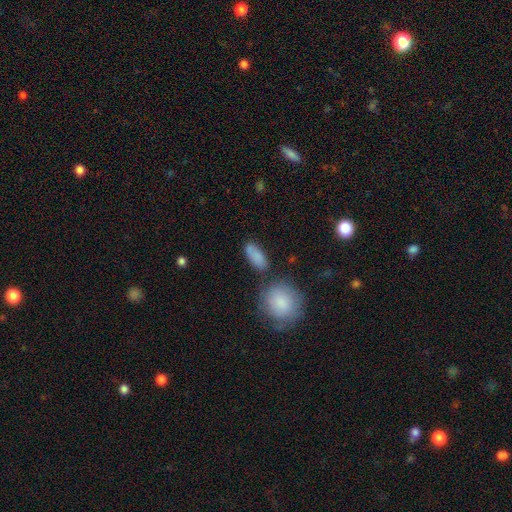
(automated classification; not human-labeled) Smooth or featured? Predicted: smooth (p=0.84). How rounded? Predicted: in between (p=0.82). Merging? Predicted: none (p=0.64).